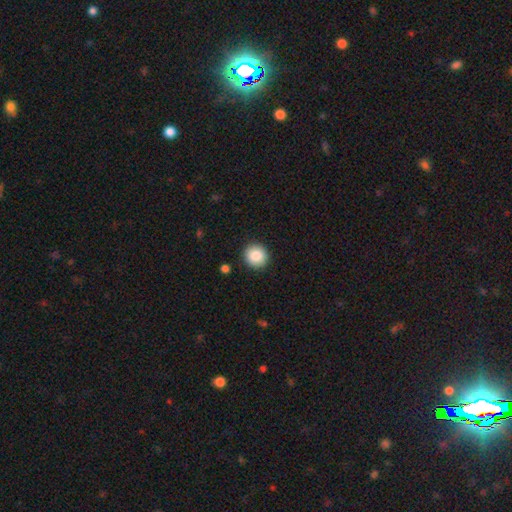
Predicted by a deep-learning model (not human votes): Q: Smooth or featured?
A: smooth (87%); runner-up: star or artifact (8%)
Q: How rounded?
A: round (91%); runner-up: in between (8%)
Q: Merging?
A: none (91%); runner-up: minor disturbance (6%)